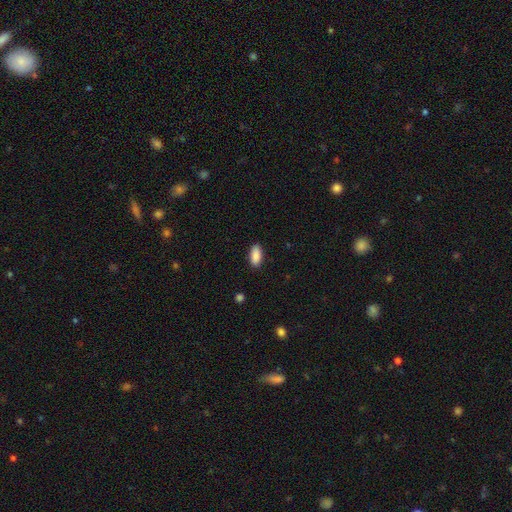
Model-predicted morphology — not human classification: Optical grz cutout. It shows a smooth galaxy with no disk features (90%) that is in between round and cigar-shaped (90%). Merging: none (88%).